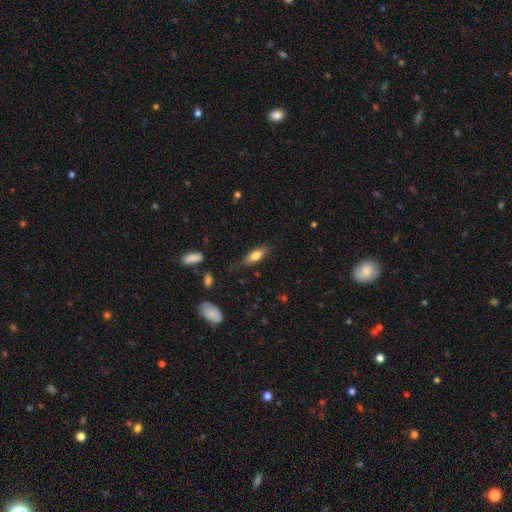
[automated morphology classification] Smooth or featured? smooth (70%)
How rounded? in between (65%)
Merging? none (76%)